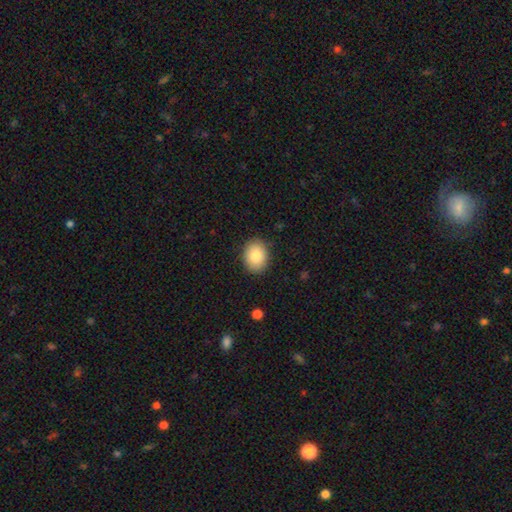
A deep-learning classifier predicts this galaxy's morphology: Smooth or featured? smooth (85%)
How rounded? in between (56%)
Merging? none (88%)